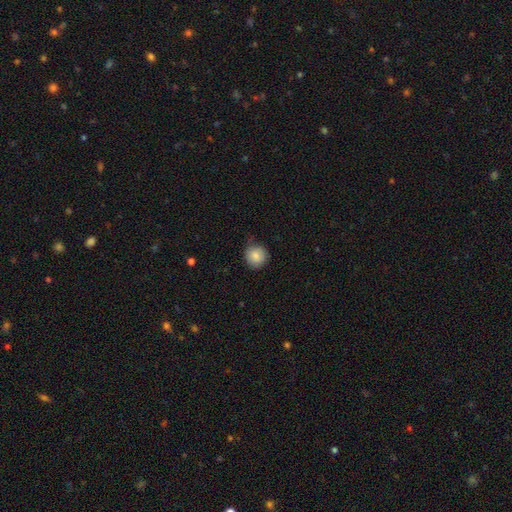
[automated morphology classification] type=smooth (86%); roundness=round (92%); merging=none (77%).